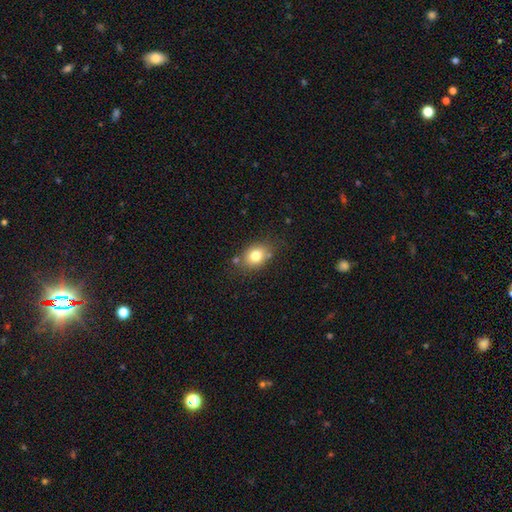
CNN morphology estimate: type=smooth (79%); roundness=in between (62%); merging=none (75%).